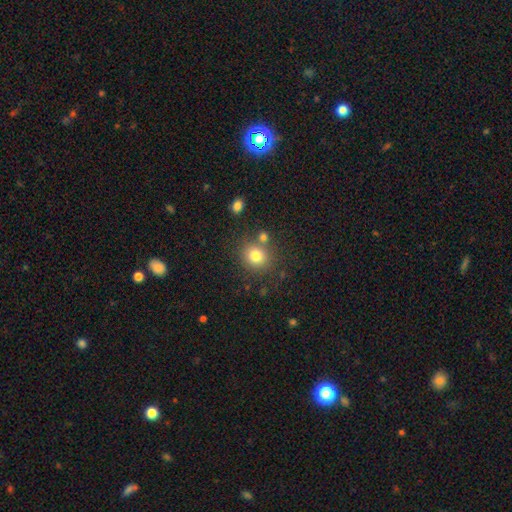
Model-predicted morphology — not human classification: A smooth galaxy with no disk features (79%) that is round (83%). Merging: none (73%).